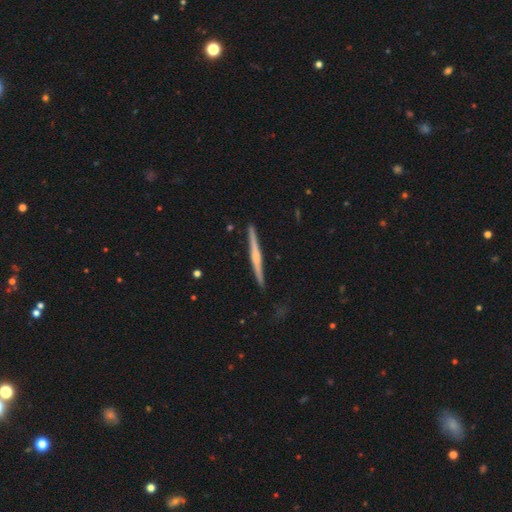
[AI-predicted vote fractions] Smooth or featured? Predicted: featured or disk (p=0.72). Edge-on disk? Predicted: yes (p=0.98). Edge-on bulge? Predicted: rounded (p=0.56). Merging? Predicted: none (p=0.91).